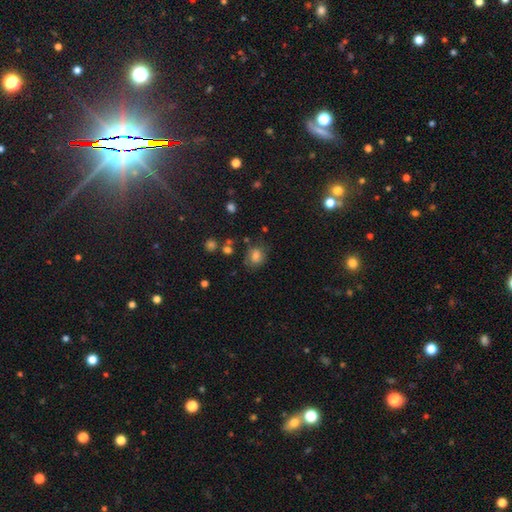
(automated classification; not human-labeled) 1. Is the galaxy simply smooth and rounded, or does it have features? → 72% smooth, 14% featured or disk, 14% star or artifact.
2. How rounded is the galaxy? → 66% round, 33% in between, 1% cigar-shaped.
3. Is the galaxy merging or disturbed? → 65% none, 21% minor disturbance, 10% major disturbance, 4% merger.